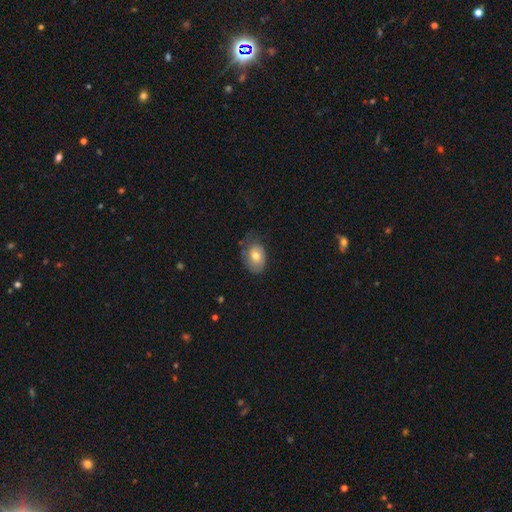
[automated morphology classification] smooth 74%, featured or disk 19%, star or artifact 8%. Down the decision tree: how rounded — in between (77%); merging — none (56%).